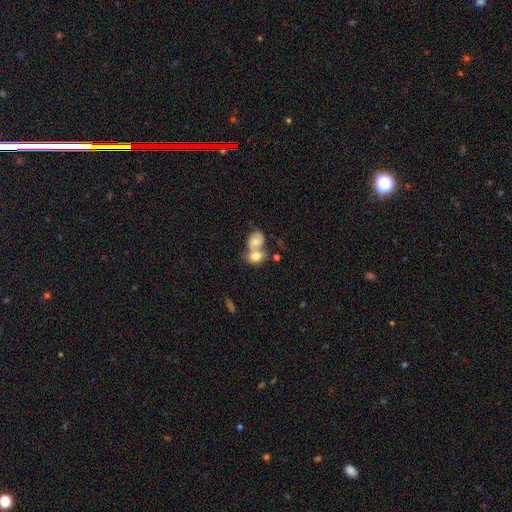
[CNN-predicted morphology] smooth-or-featured: smooth: 74% | featured or disk: 18% | star or artifact: 8%
  how-rounded: in between: 53% | round: 45% | cigar-shaped: 2%
  merging: merger: 69% | none: 19% | minor disturbance: 7% | major disturbance: 4%